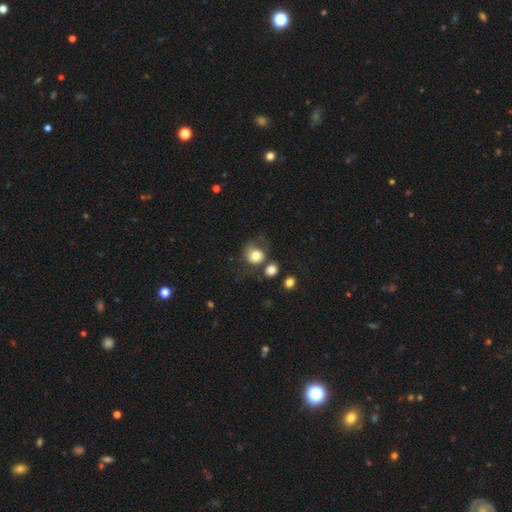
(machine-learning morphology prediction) smooth 77%, featured or disk 14%, star or artifact 9%. Down the decision tree: how rounded — round (77%); merging — none (44%).